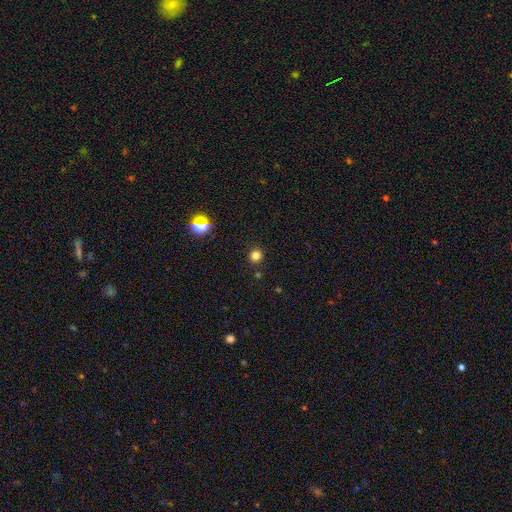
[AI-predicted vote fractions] Overall: smooth (79%). How rounded: round (94%). Merging: none (90%).